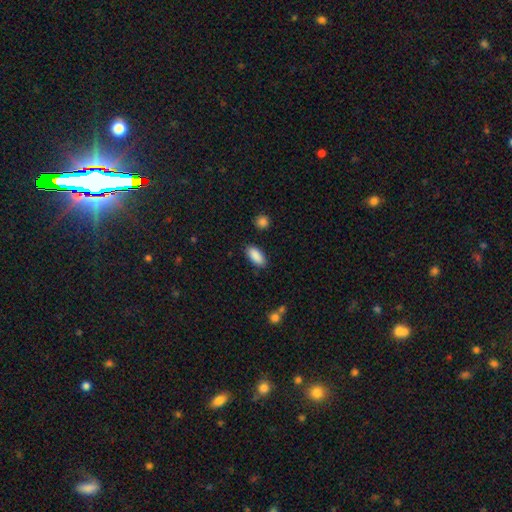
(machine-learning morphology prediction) Overall: smooth (89%). How rounded: in between (88%). Merging: none (86%).